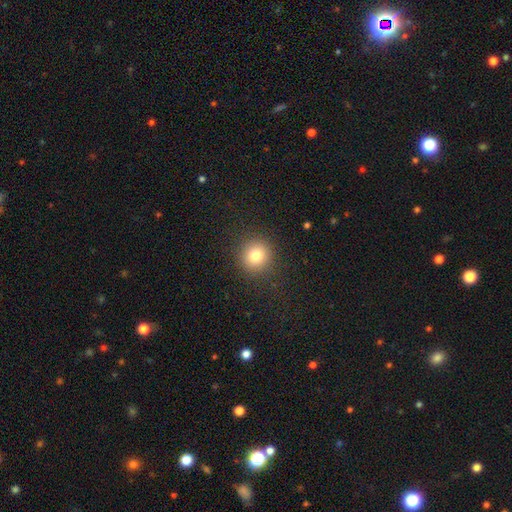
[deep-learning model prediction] Smooth or featured? Predicted: smooth (p=0.79). How rounded? Predicted: round (p=0.93). Merging? Predicted: none (p=0.91).